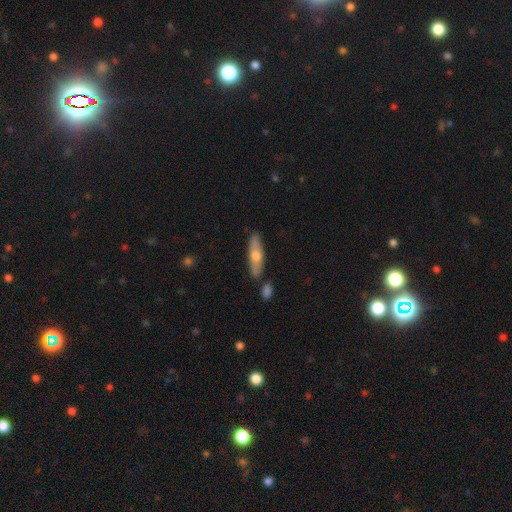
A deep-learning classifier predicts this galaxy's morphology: This is possibly a smooth galaxy (53%). How rounded: likely cigar-shaped (62%). Merging: clearly none (81%).